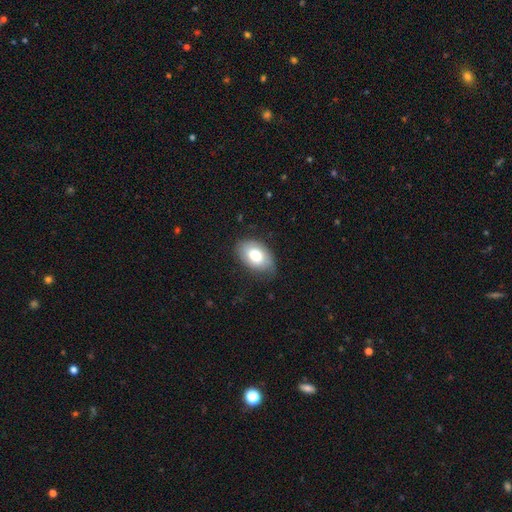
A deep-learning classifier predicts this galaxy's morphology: Q: Smooth or featured?
A: smooth (75%); runner-up: featured or disk (18%)
Q: How rounded?
A: in between (90%); runner-up: round (9%)
Q: Merging?
A: none (73%); runner-up: minor disturbance (21%)